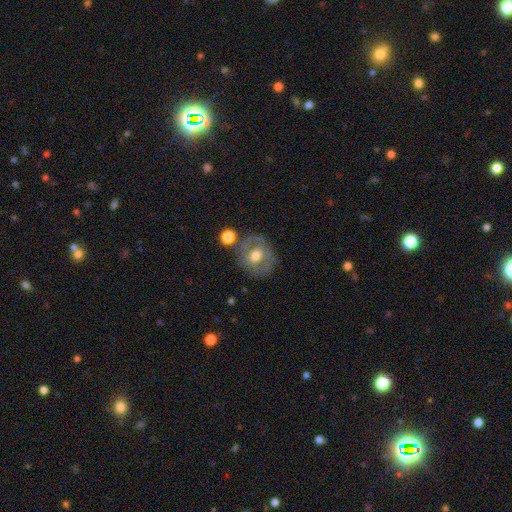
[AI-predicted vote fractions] Morphology: type=featured or disk (49%); merging=none (67%).